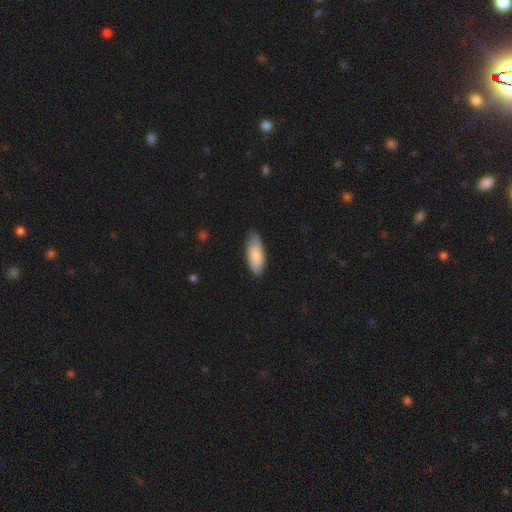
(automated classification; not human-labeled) Smooth or featured? smooth (85%)
How rounded? in between (80%)
Merging? none (74%)